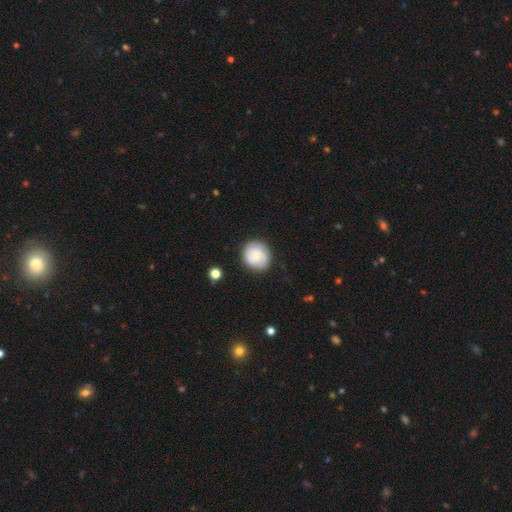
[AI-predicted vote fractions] Q: Smooth or featured?
A: smooth (55%); runner-up: featured or disk (38%)
Q: How rounded?
A: round (85%); runner-up: in between (14%)
Q: Merging?
A: none (84%); runner-up: minor disturbance (12%)